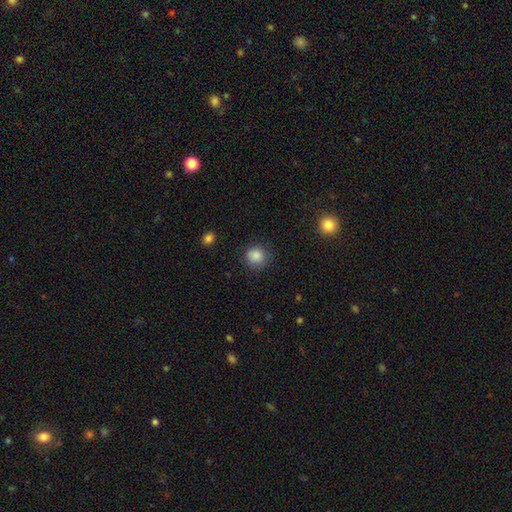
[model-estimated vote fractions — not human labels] Smooth or featured? smooth (86%)
How rounded? round (88%)
Merging? none (80%)